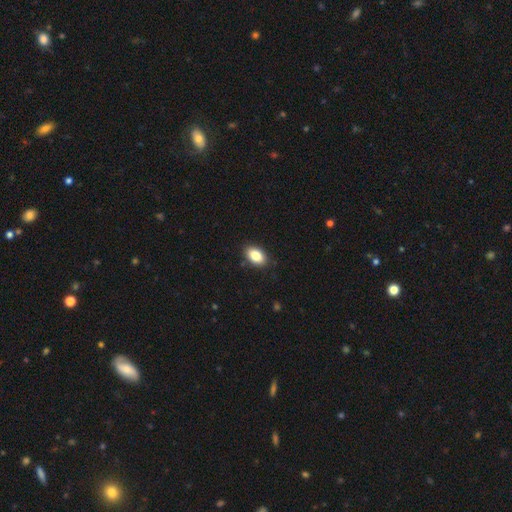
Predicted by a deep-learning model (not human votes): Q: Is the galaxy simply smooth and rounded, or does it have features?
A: smooth — 86%.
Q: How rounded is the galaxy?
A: in between — 90%.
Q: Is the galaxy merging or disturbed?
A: none — 87%.